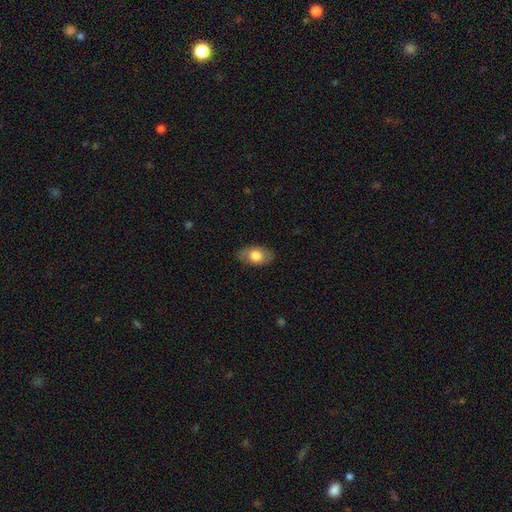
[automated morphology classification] Smooth or featured? smooth (74%)
How rounded? in between (89%)
Merging? none (83%)